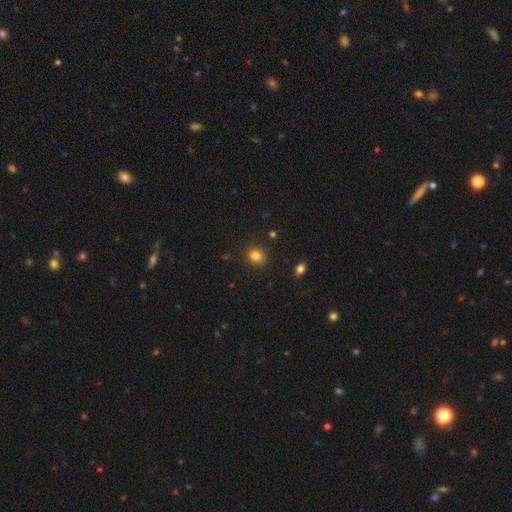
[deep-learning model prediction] Q: Smooth or featured?
A: smooth (82%); runner-up: star or artifact (13%)
Q: How rounded?
A: round (80%); runner-up: in between (19%)
Q: Merging?
A: none (89%); runner-up: minor disturbance (7%)